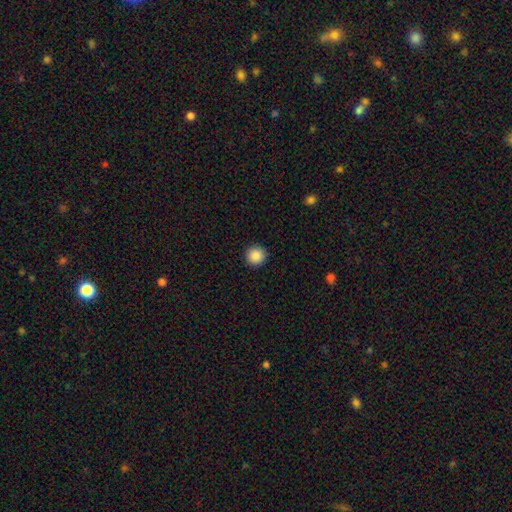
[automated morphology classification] A smooth galaxy with no disk features (89%) that is round (95%). Merging: none (92%).